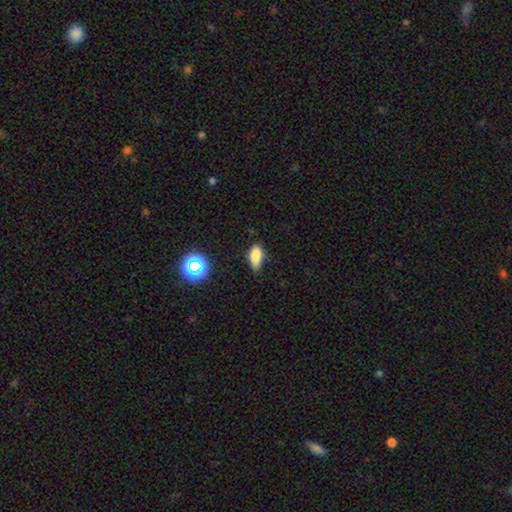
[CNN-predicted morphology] A smooth galaxy with no disk features (82%) that is in between round and cigar-shaped (86%). Merging: none (64%).